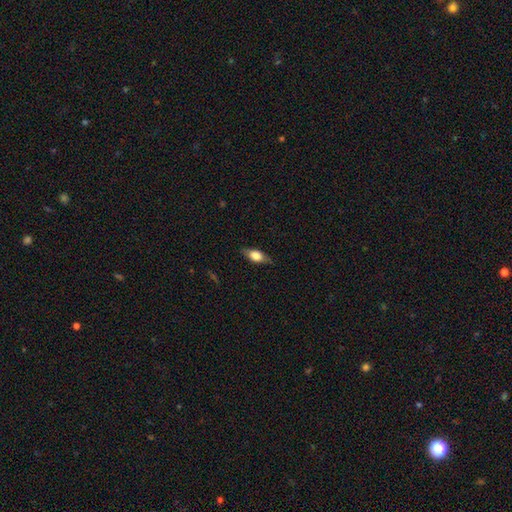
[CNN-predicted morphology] smooth_or_featured: smooth (p=0.61) [alt: featured or disk p=0.31]
how_rounded: in between (p=0.78) [alt: cigar-shaped p=0.15]
merging: none (p=0.79) [alt: minor disturbance p=0.17]